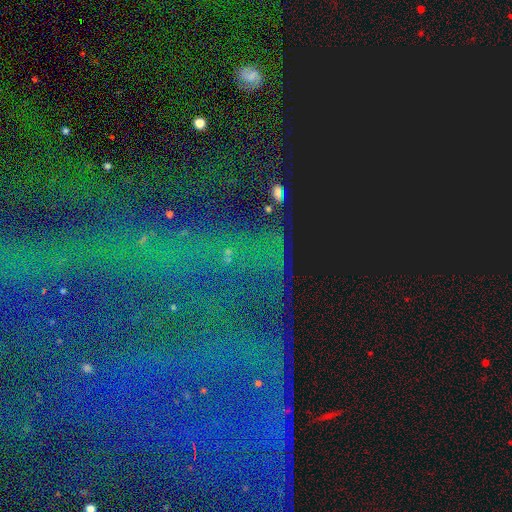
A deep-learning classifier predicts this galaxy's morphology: Overall: star or artifact (84%).